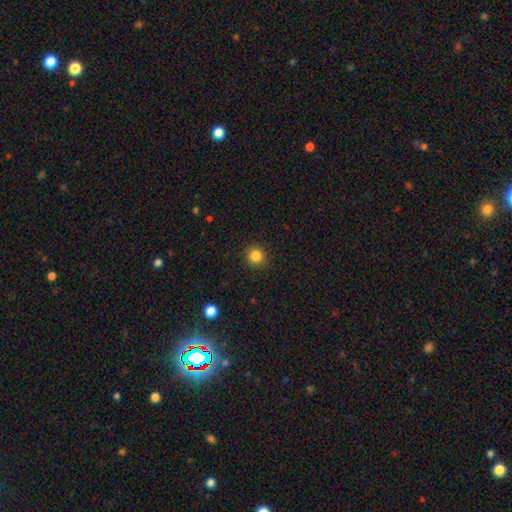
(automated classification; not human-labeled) Q: Smooth or featured?
A: smooth (85%); runner-up: star or artifact (12%)
Q: How rounded?
A: round (90%); runner-up: in between (9%)
Q: Merging?
A: none (90%); runner-up: minor disturbance (7%)